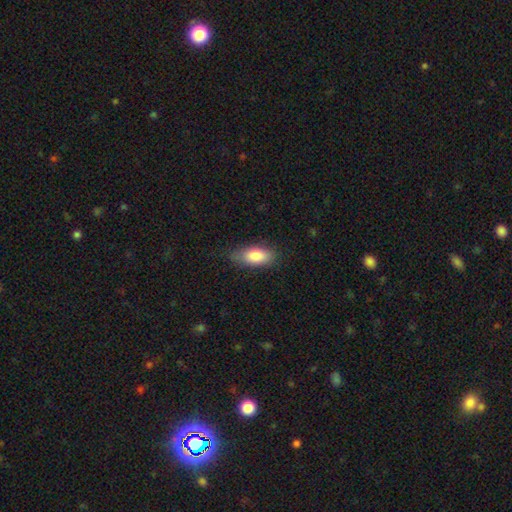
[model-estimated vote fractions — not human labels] smooth-or-featured: smooth: 82% | featured or disk: 11% | star or artifact: 7%
  how-rounded: in between: 86% | cigar-shaped: 10% | round: 4%
  merging: none: 75% | minor disturbance: 20% | major disturbance: 4% | merger: 1%